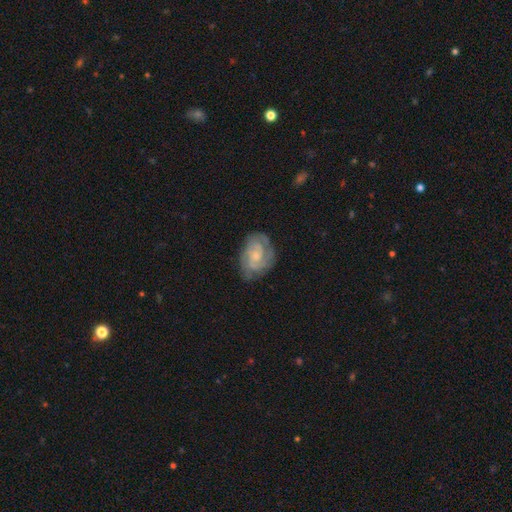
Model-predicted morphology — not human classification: Smooth or featured: featured or disk — 80% (smooth — 15%)
Edge-on disk: no — 97% (yes — 3%)
Bar: no — 66% (weak — 29%)
Spiral arms: yes — 94% (no — 6%)
Spiral winding: tight — 57% (medium — 35%)
Spiral arm count: 2 — 53% (can't tell — 19%)
Bulge size: small — 58% (moderate — 32%)
Merging: none — 70% (minor disturbance — 22%)